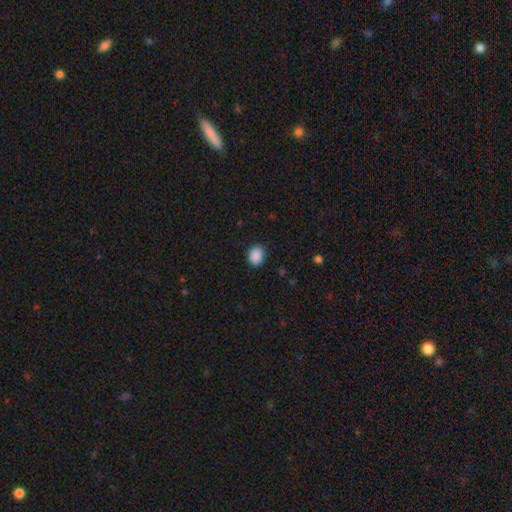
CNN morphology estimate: Smooth or featured? Predicted: smooth (p=0.89). How rounded? Predicted: in between (p=0.55). Merging? Predicted: none (p=0.85).